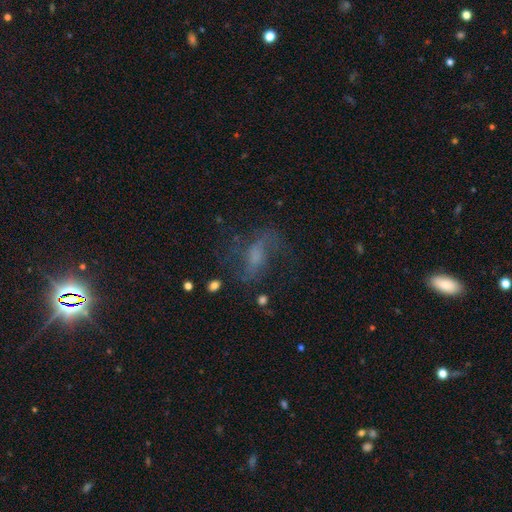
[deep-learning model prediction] This is likely a featured or disk galaxy (63%). It is clearly not viewed edge-on (94%). Bar: marginally weak (43%). Spiral arm pattern: clearly yes (82%). Central bulge: marginally none (36%). Merging: possibly none (58%).